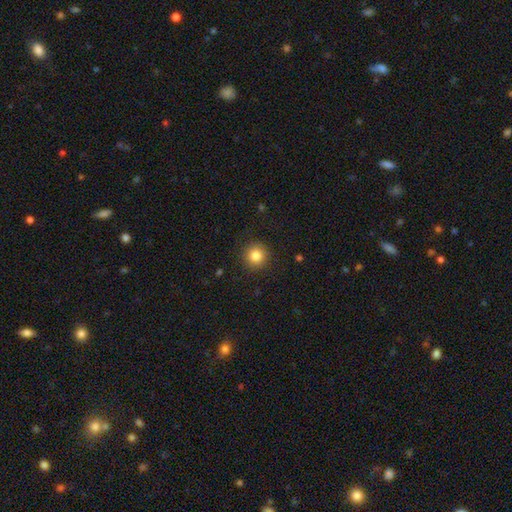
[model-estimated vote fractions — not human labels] smooth_or_featured: smooth (p=0.83) [alt: star or artifact p=0.11]
how_rounded: round (p=0.93) [alt: in between p=0.06]
merging: none (p=0.90) [alt: minor disturbance p=0.06]